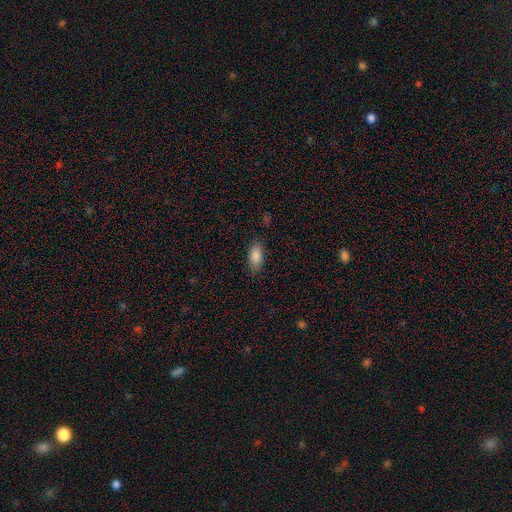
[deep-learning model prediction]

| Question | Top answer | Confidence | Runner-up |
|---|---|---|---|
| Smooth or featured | smooth | 87% | star or artifact (7%) |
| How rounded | in between | 90% | cigar-shaped (7%) |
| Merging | none | 82% | minor disturbance (14%) |